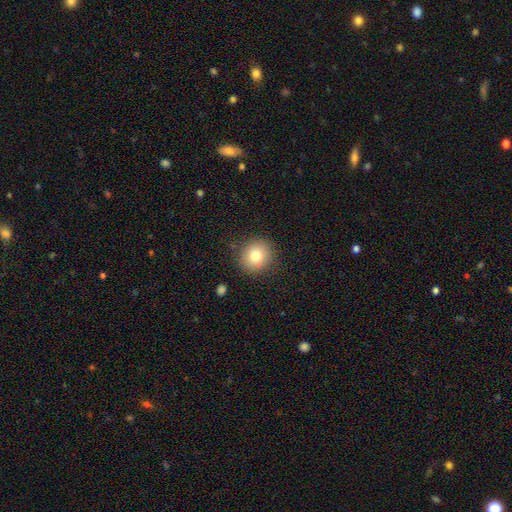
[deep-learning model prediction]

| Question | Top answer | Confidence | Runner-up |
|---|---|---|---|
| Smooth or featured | smooth | 80% | star or artifact (11%) |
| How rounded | round | 90% | in between (9%) |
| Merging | none | 89% | minor disturbance (7%) |